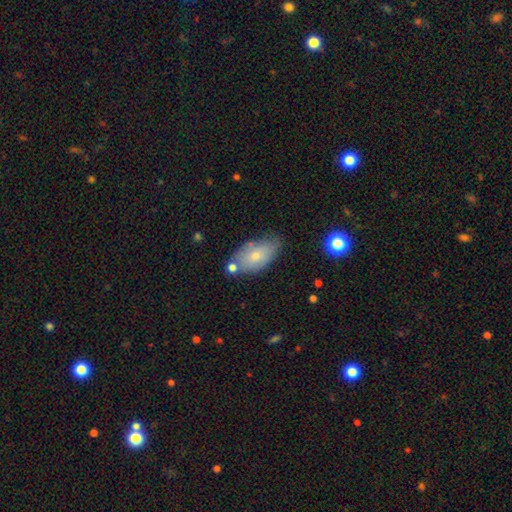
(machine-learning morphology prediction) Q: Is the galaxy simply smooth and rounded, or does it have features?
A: smooth — 69%.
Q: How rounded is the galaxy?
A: in between — 91%.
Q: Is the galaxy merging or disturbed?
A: none — 59%.